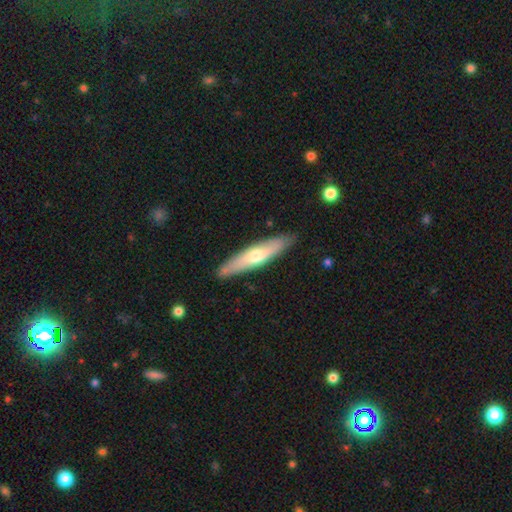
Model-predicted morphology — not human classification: Q: Smooth or featured?
A: smooth (52%); runner-up: featured or disk (42%)
Q: How rounded?
A: cigar-shaped (85%); runner-up: in between (14%)
Q: Merging?
A: none (87%); runner-up: minor disturbance (10%)